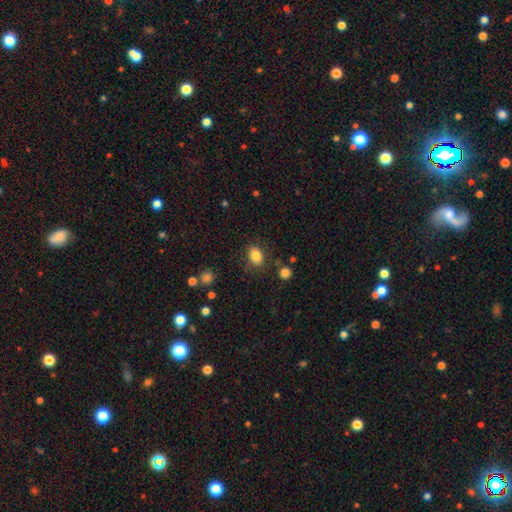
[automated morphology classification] Smooth or featured: smooth — 82% (star or artifact — 10%)
How rounded: in between — 64% (round — 35%)
Merging: none — 74% (minor disturbance — 17%)